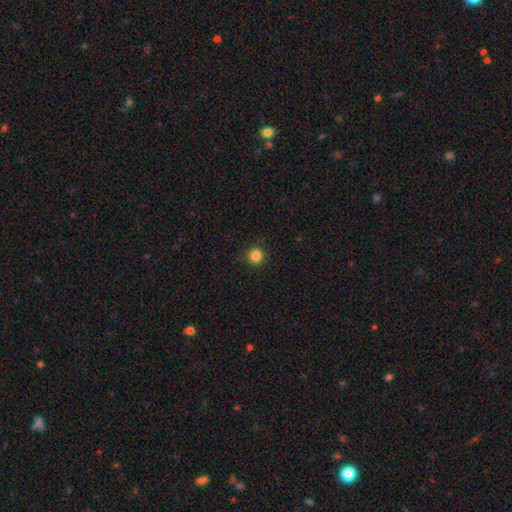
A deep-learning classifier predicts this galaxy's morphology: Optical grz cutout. It shows a smooth galaxy with no disk features (85%) that is round (95%). Merging: none (92%).